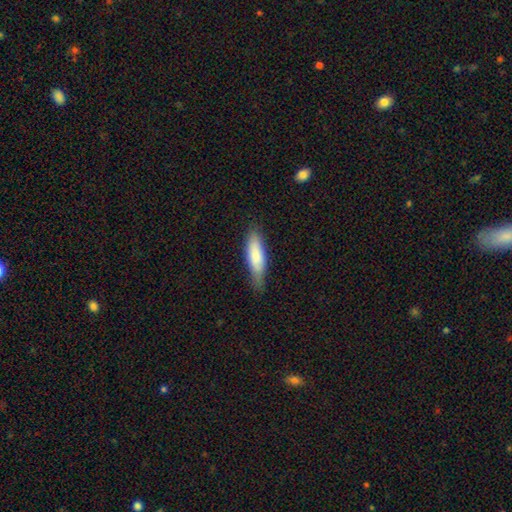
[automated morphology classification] A smooth galaxy with no disk features (80%) that is cigar-shaped (54%).

Vote fractions:
- Smooth or featured? smooth: 80% / featured or disk: 15% / star or artifact: 5%
- How rounded? cigar-shaped: 54% / in between: 44% / round: 2%
- Merging? none: 72% / minor disturbance: 23% / major disturbance: 4% / merger: 1%